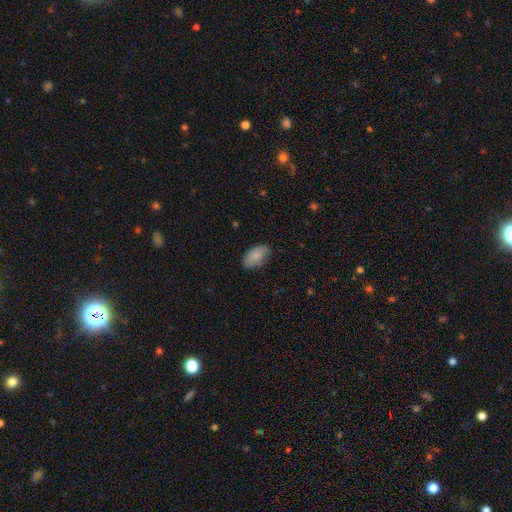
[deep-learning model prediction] This is clearly a smooth galaxy (84%). How rounded: clearly in between (94%). Merging: likely none (73%).